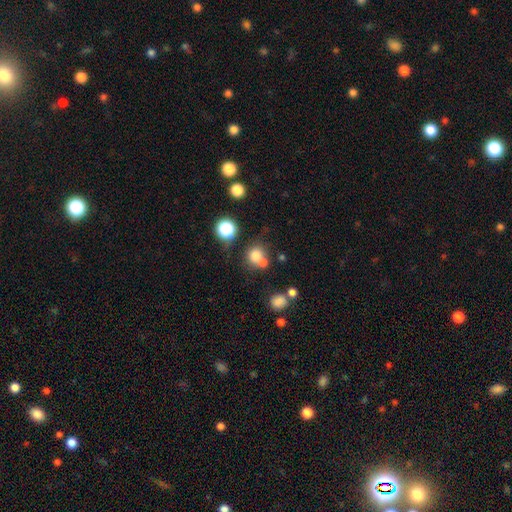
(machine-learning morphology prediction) A smooth galaxy with no disk features (75%) that is round (86%). Merging: none (51%).